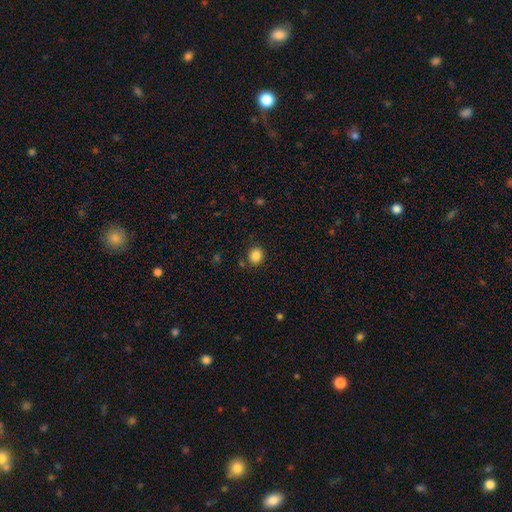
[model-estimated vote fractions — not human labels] Smooth or featured?
  - smooth: 86% *
  - star or artifact: 11%
  - featured or disk: 3%
How rounded?
  - round: 80% *
  - in between: 19%
  - cigar-shaped: 1%
Merging?
  - none: 86% *
  - minor disturbance: 9%
  - merger: 3%
  - major disturbance: 3%